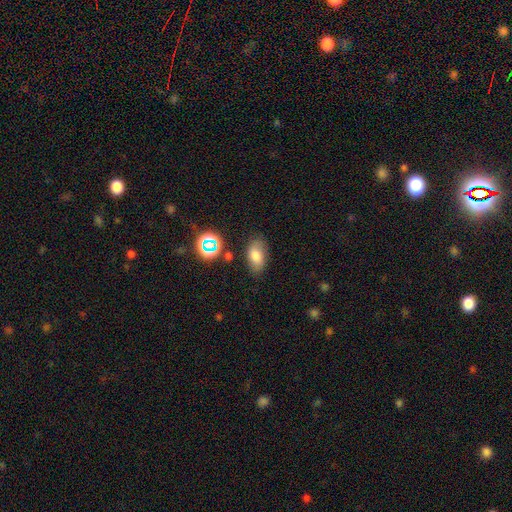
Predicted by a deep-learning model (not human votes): smooth_or_featured: smooth (p=0.72) [alt: featured or disk p=0.14]
how_rounded: in between (p=0.89) [alt: round p=0.07]
merging: none (p=0.76) [alt: minor disturbance p=0.17]